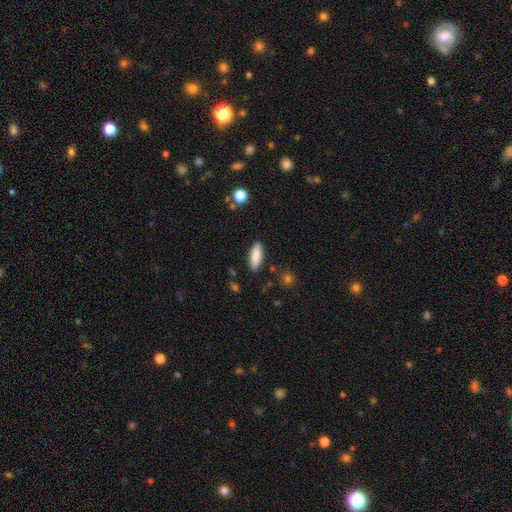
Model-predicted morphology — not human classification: Smooth or featured? Predicted: smooth (p=0.85). How rounded? Predicted: in between (p=0.59). Merging? Predicted: none (p=0.87).